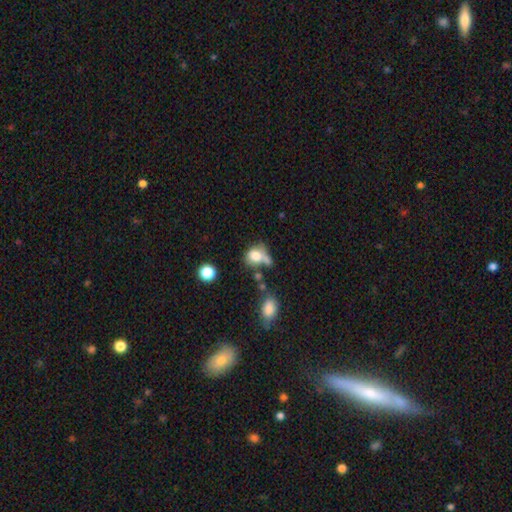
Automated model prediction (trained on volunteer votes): Overall: smooth (75%). How rounded: round (54%; in between 44%). Merging: none (33%; merger 32%).